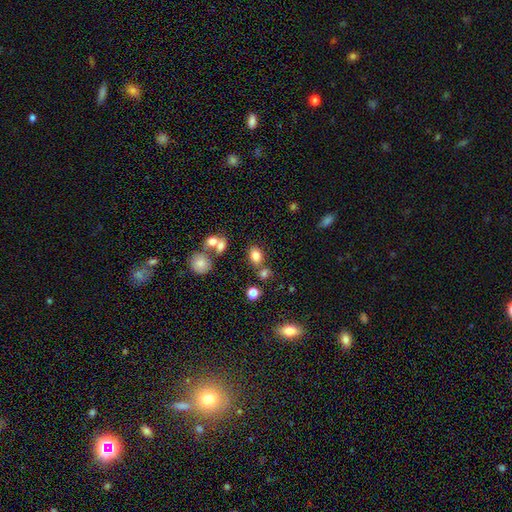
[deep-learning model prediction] This appears to be a smooth galaxy with no disk features (78%) that is in between round and cigar-shaped (68%). Merging: none (63%).